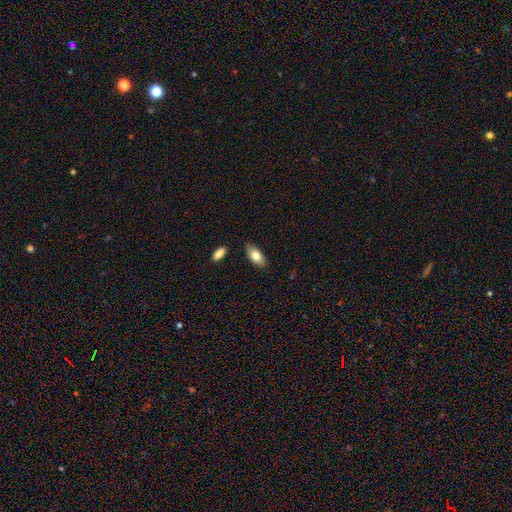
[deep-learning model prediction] smooth_or_featured: smooth (p=0.77) [alt: featured or disk p=0.17]
how_rounded: in between (p=0.88) [alt: cigar-shaped p=0.10]
merging: none (p=0.84) [alt: minor disturbance p=0.11]